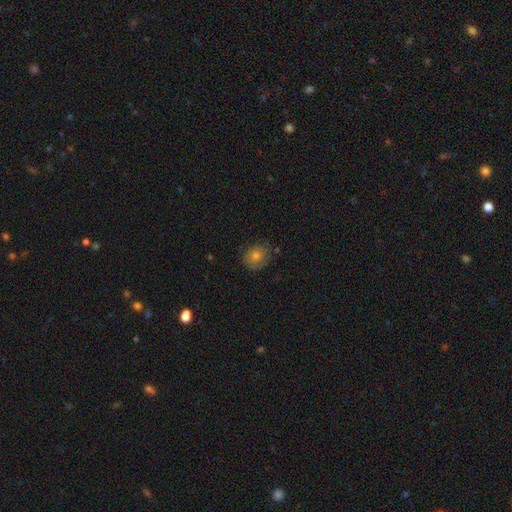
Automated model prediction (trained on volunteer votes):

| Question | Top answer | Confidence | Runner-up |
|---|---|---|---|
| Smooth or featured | smooth | 69% | featured or disk (17%) |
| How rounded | round | 69% | in between (30%) |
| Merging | none | 80% | minor disturbance (16%) |